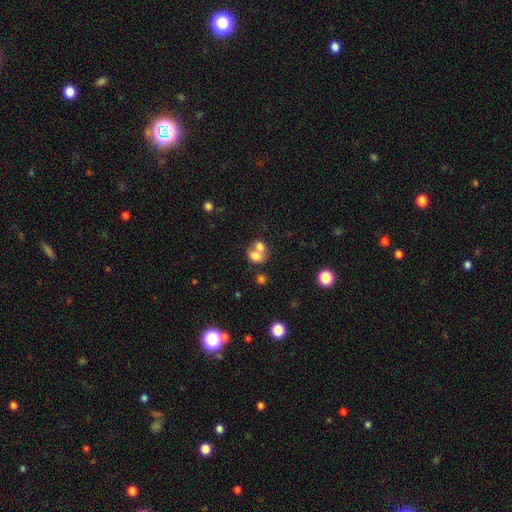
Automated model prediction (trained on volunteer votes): The model was most divided on "how rounded": in between: 54%, round: 45%, cigar-shaped: 1%. More confident: smooth or featured — smooth (71%); merging — merger (66%).